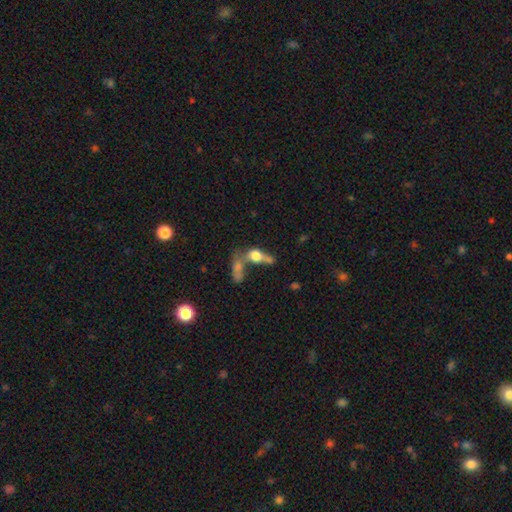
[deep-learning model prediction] smooth 60%, featured or disk 28%, star or artifact 11%. Down the decision tree: how rounded — in between (61%); merging — merger (57%).